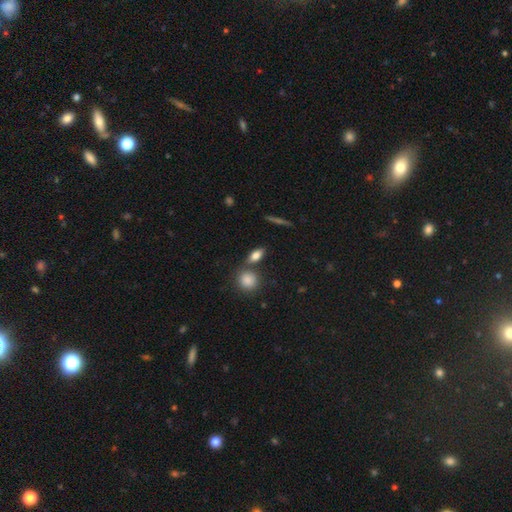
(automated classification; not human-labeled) Q: Smooth or featured?
A: smooth (76%); runner-up: featured or disk (15%)
Q: How rounded?
A: in between (71%); runner-up: round (16%)
Q: Merging?
A: none (69%); runner-up: merger (16%)